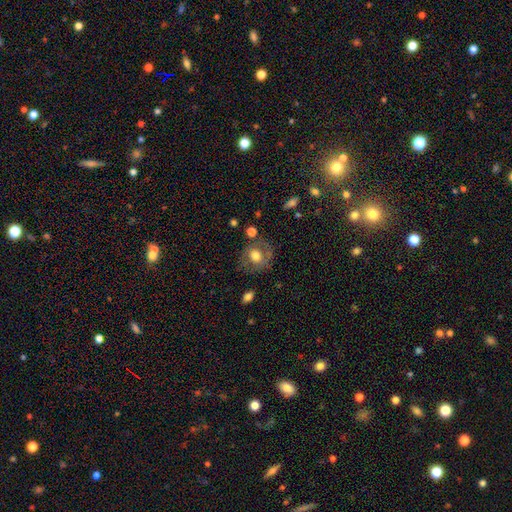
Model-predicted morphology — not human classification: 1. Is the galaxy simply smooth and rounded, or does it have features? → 50% smooth, 42% featured or disk, 8% star or artifact.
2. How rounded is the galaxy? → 76% round, 23% in between, 1% cigar-shaped.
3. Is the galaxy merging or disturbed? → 70% none, 17% minor disturbance, 9% major disturbance, 3% merger.